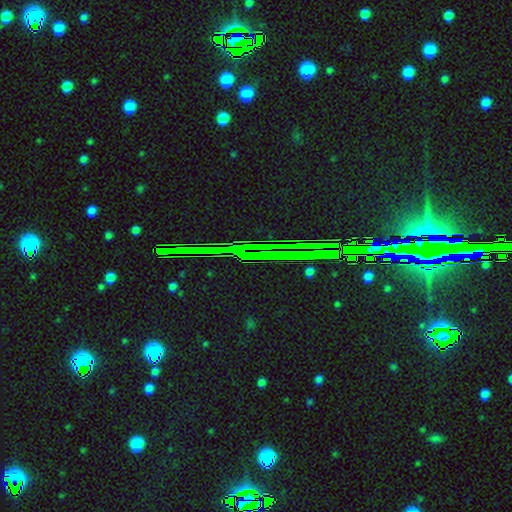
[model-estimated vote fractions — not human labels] Smooth or featured: star or artifact — 81% (featured or disk — 10%)